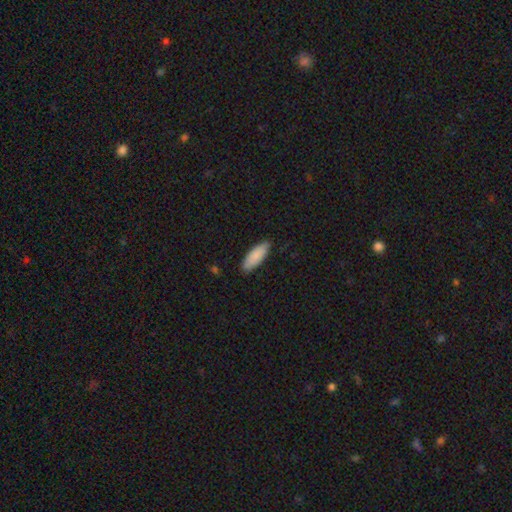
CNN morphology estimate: A smooth galaxy with no disk features (87%) that is in between round and cigar-shaped (69%).

Vote fractions:
- Smooth or featured? smooth: 87% / featured or disk: 7% / star or artifact: 5%
- How rounded? in between: 69% / cigar-shaped: 30% / round: 2%
- Merging? none: 85% / minor disturbance: 12% / major disturbance: 2% / merger: 1%